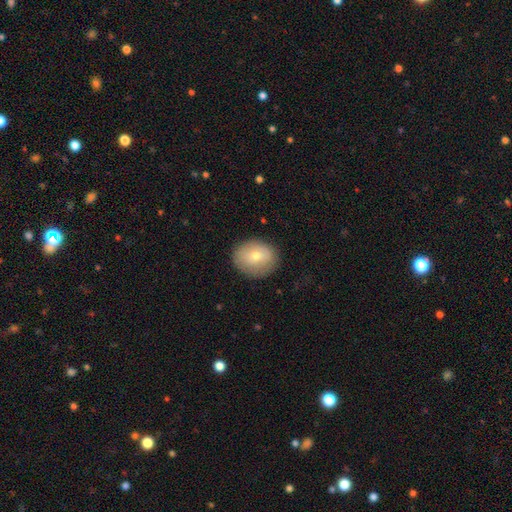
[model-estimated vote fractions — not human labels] Smooth or featured? smooth (73%)
How rounded? round (51%)
Merging? none (81%)